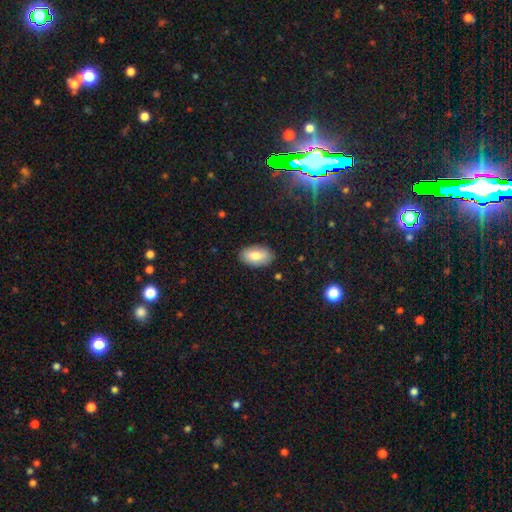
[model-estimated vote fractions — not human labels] Overall: smooth (79%). How rounded: in between (94%). Merging: none (86%).